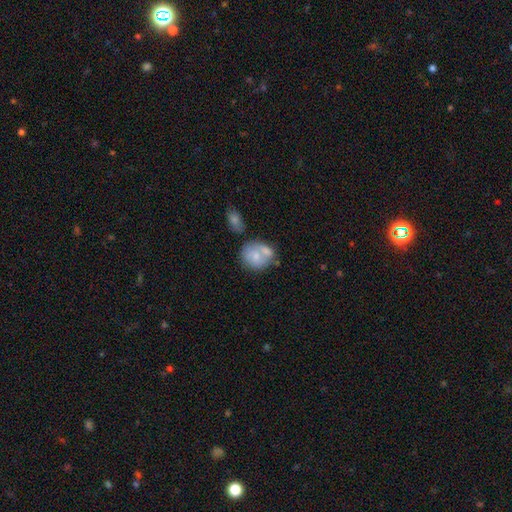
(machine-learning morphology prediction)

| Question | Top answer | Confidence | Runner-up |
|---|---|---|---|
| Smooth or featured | smooth | 66% | featured or disk (27%) |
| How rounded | round | 64% | in between (34%) |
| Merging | merger | 40% | none (36%) |